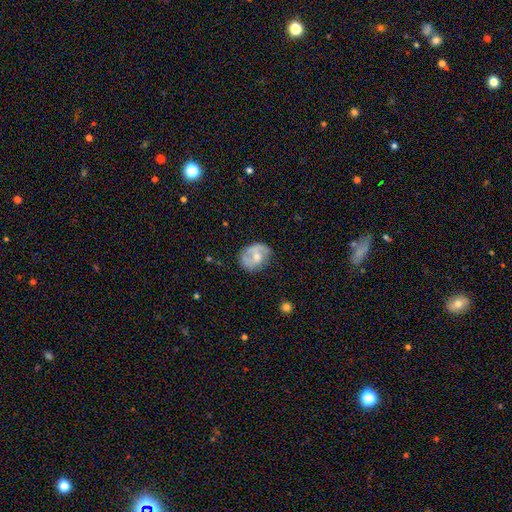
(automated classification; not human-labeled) Smooth or featured? Predicted: featured or disk (p=0.55). Edge-on disk? Predicted: no (p=0.97). Bar? Predicted: no (p=0.64). Spiral arms? Predicted: yes (p=0.67). Bulge size? Predicted: moderate (p=0.58). Merging? Predicted: none (p=0.60).